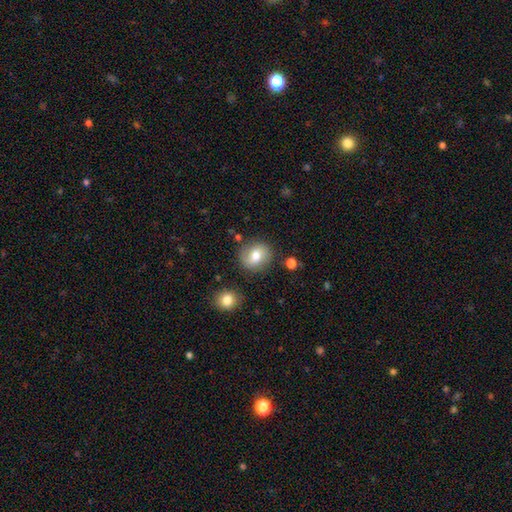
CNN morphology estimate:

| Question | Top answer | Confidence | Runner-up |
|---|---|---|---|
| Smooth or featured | smooth | 71% | featured or disk (20%) |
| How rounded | round | 77% | in between (22%) |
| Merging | none | 81% | minor disturbance (12%) |